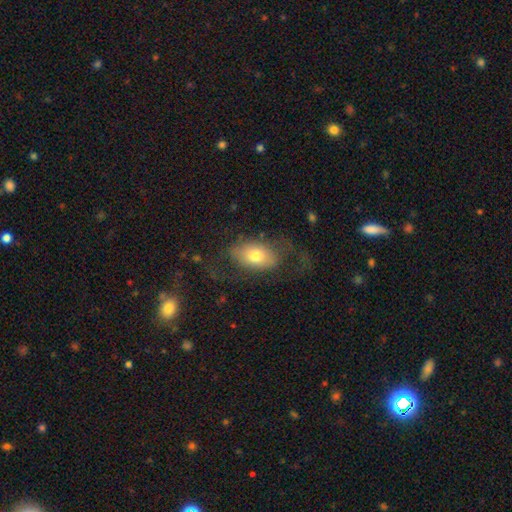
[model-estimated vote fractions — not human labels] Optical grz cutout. It shows a smooth galaxy with no disk features (65%) that is in between round and cigar-shaped (89%). Merging: none (53%).